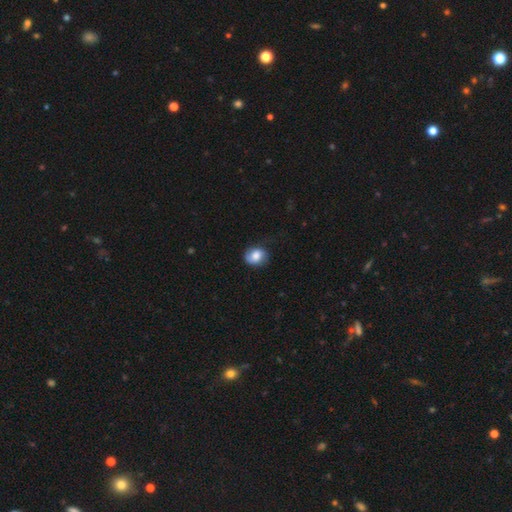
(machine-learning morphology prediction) This appears to be a smooth galaxy with no disk features (63%) that is round (61%). Merging: none (68%).